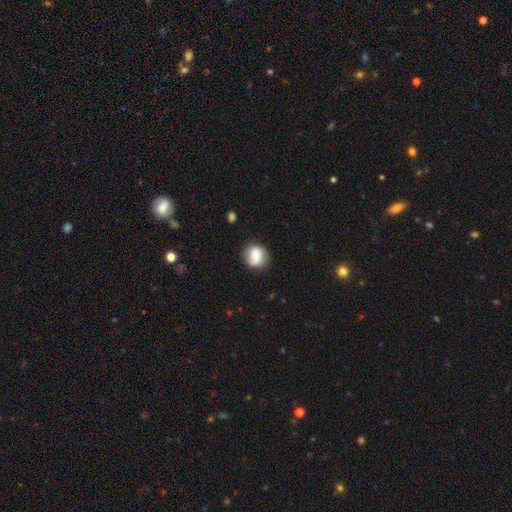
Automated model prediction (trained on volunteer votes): Smooth or featured: smooth — 71% (featured or disk — 21%)
How rounded: round — 80% (in between — 19%)
Merging: none — 73% (minor disturbance — 19%)